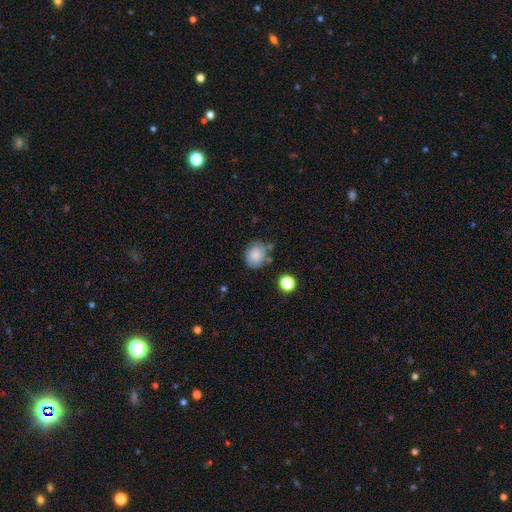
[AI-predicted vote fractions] Morphology: type=smooth (66%); roundness=round (60%); merging=none (69%).